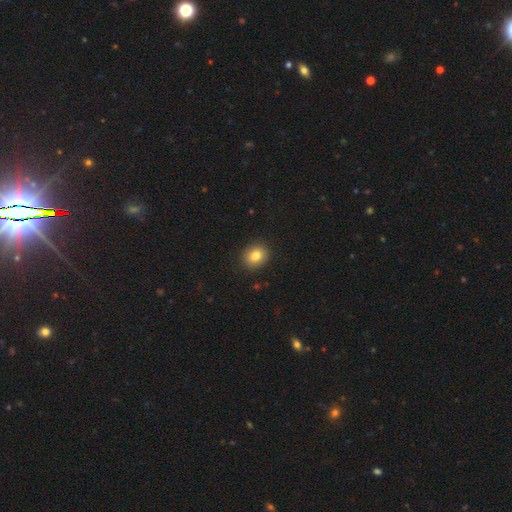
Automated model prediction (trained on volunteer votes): smooth 82%, star or artifact 10%, featured or disk 8%. Down the decision tree: how rounded — round (67%); merging — none (91%).